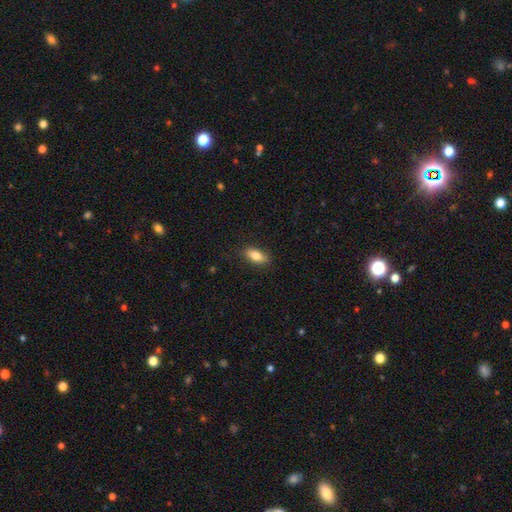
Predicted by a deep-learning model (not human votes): Smooth or featured? smooth (80%)
How rounded? in between (82%)
Merging? none (85%)